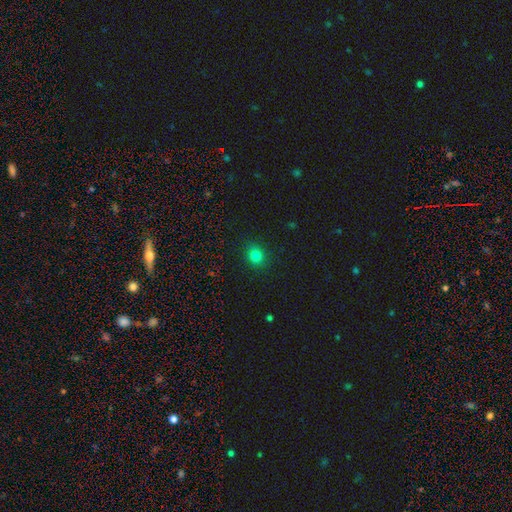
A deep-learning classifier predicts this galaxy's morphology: The model was most divided on "how rounded": round: 74%, in between: 25%, cigar-shaped: 1%. More confident: merging — none (90%); smooth or featured — smooth (81%).